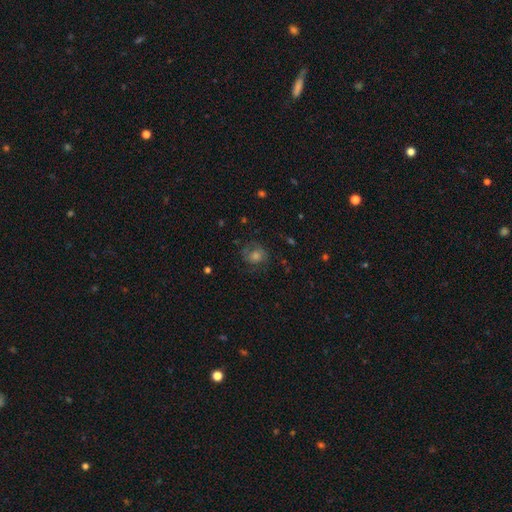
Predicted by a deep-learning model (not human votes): Smooth or featured: featured or disk — 44% (smooth — 37%)
Merging: none — 69% (minor disturbance — 17%)